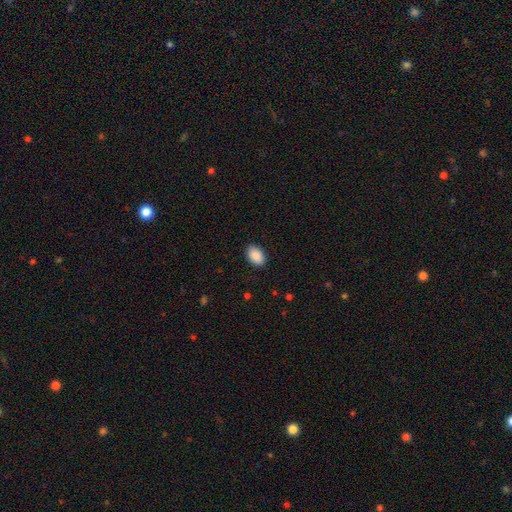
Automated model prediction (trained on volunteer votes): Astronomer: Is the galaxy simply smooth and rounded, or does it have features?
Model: smooth — 91%.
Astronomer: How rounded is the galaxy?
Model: in between — 90%.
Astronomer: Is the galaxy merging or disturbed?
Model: none — 89%.